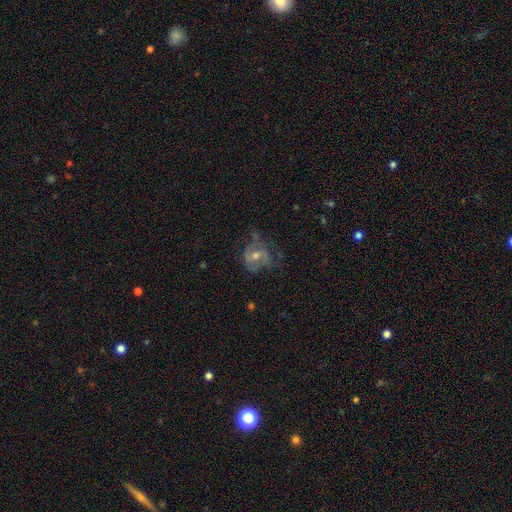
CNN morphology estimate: A featured or disk galaxy (66%) with no bar (53%), spiral arms (74%) and a moderate central bulge (52%). Merging: none (51%).